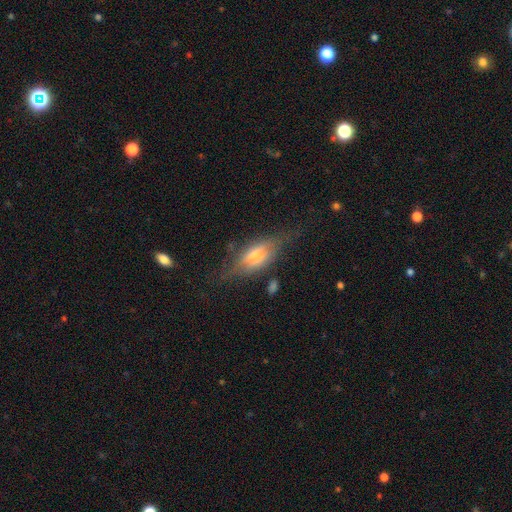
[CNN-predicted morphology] smooth-or-featured: smooth: 46% (tied) | featured or disk: 46% (tied) | star or artifact: 8%
  merging: none: 62% | minor disturbance: 25% | major disturbance: 11% | merger: 2%